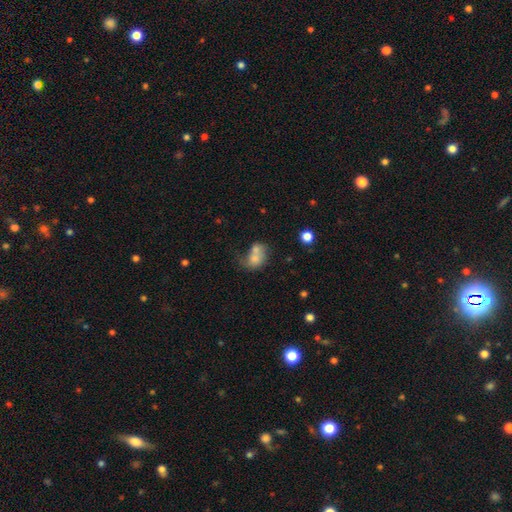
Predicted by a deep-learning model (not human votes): Smooth or featured?
  - smooth: 68% *
  - featured or disk: 22%
  - star or artifact: 11%
How rounded?
  - in between: 62% *
  - round: 37%
  - cigar-shaped: 1%
Merging?
  - merger: 60% *
  - none: 19%
  - major disturbance: 11%
  - minor disturbance: 10%